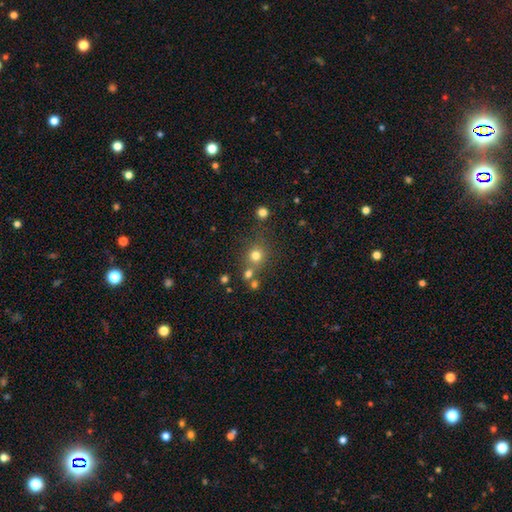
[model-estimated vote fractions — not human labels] This appears to be a smooth galaxy with no disk features (74%) that is round (88%). Merging: none (69%).